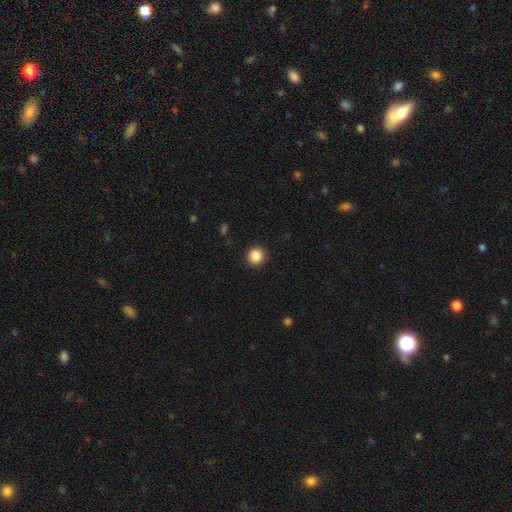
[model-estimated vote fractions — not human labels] Morphology: type=smooth (86%); roundness=round (93%); merging=none (93%).